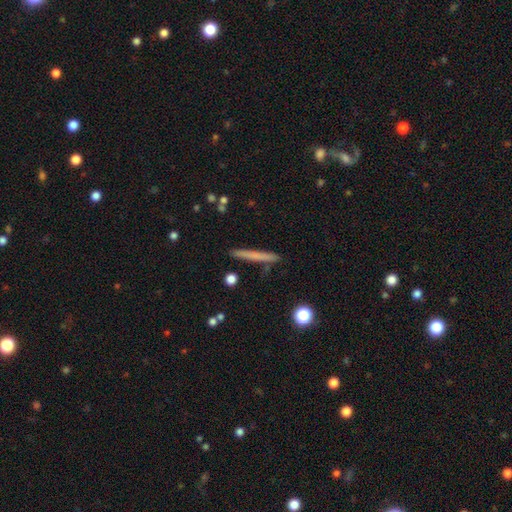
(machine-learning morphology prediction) This is likely a smooth galaxy (62%). How rounded: clearly cigar-shaped (96%). Merging: clearly none (89%).